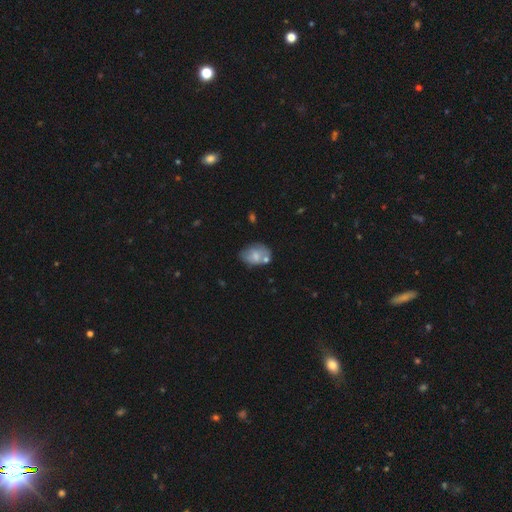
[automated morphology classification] Q: Smooth or featured?
A: smooth (63%); runner-up: featured or disk (29%)
Q: How rounded?
A: in between (78%); runner-up: round (20%)
Q: Merging?
A: none (47%); runner-up: minor disturbance (26%)